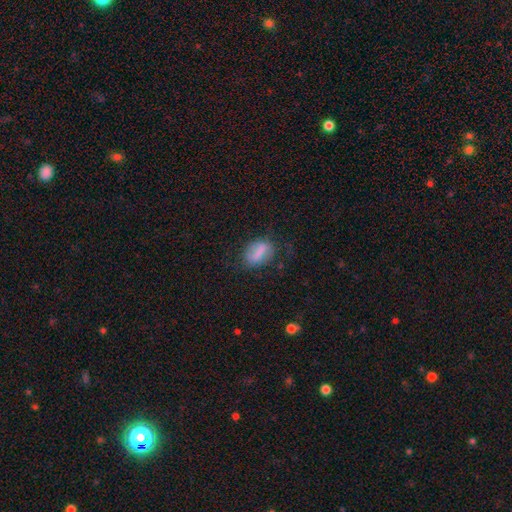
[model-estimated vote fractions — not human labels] A smooth galaxy with no disk features (62%) that is in between round and cigar-shaped (74%). Merging: none (66%).